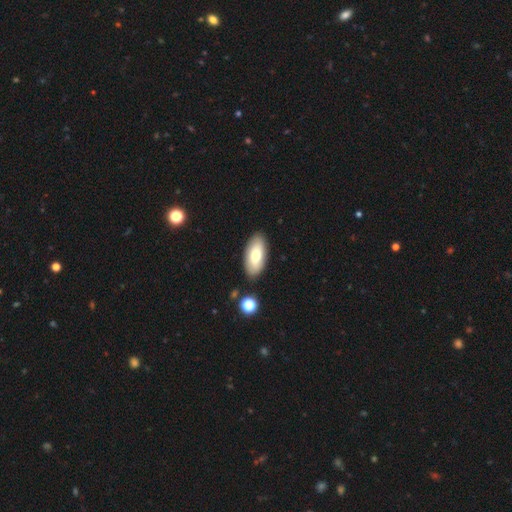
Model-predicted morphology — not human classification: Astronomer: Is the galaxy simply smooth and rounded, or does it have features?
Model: smooth — 76%.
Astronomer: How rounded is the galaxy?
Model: in between — 91%.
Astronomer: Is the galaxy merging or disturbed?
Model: none — 85%.